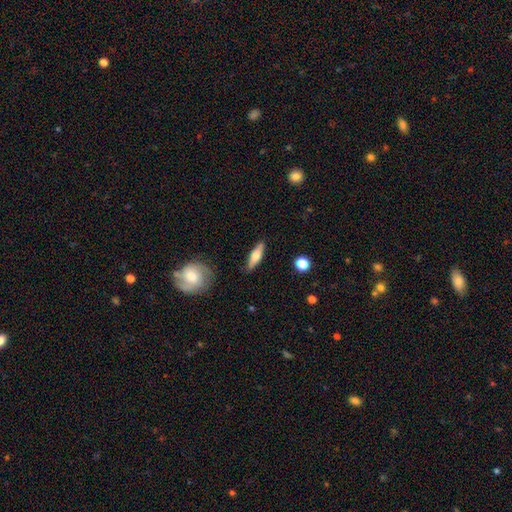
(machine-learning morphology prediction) type=smooth (54%); roundness=cigar-shaped (65%); merging=none (86%).